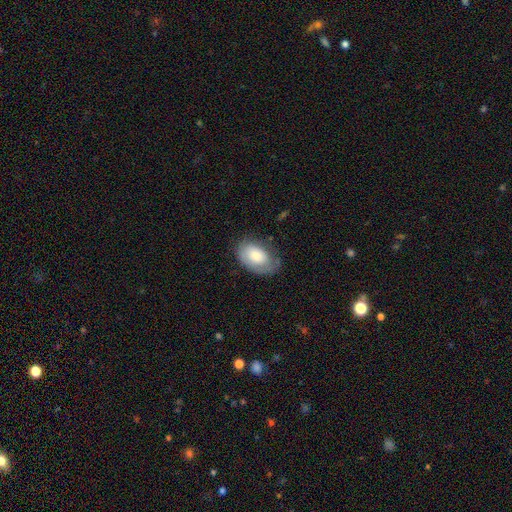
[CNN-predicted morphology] Smooth or featured? smooth (73%)
How rounded? in between (91%)
Merging? none (62%)